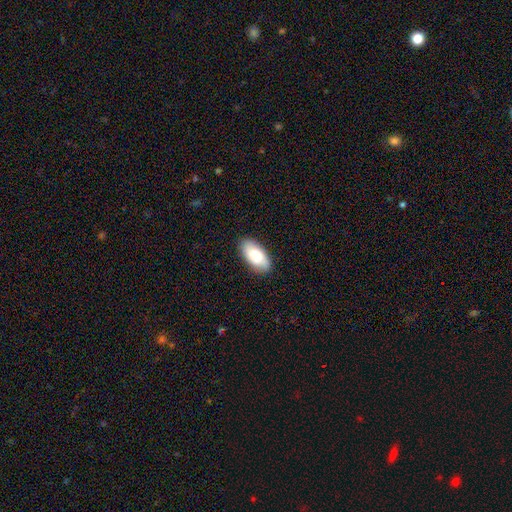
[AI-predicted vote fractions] Smooth or featured: smooth — 82% (featured or disk — 12%)
How rounded: in between — 93% (cigar-shaped — 5%)
Merging: none — 85% (minor disturbance — 11%)